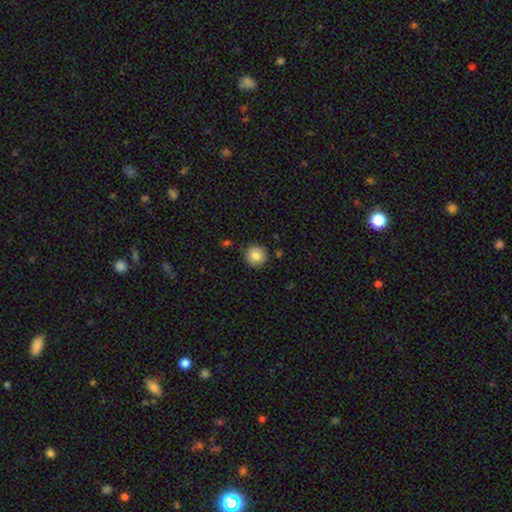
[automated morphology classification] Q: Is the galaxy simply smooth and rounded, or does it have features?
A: smooth — 83%.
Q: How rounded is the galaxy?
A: round — 92%.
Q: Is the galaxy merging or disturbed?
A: none — 88%.